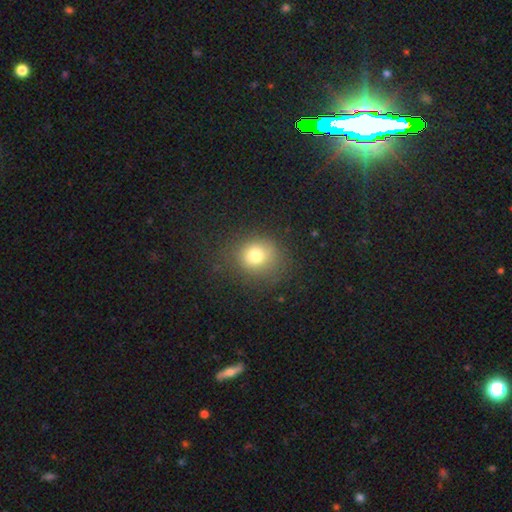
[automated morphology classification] Overall: smooth (75%). How rounded: round (78%). Merging: none (78%).